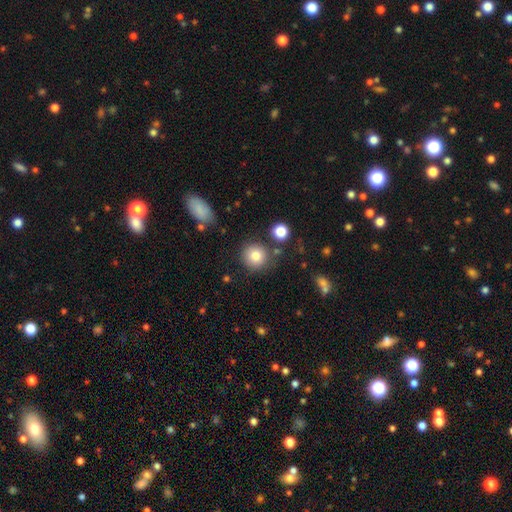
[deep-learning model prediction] Smooth or featured: smooth — 82% (star or artifact — 10%)
How rounded: round — 91% (in between — 8%)
Merging: none — 80% (minor disturbance — 10%)